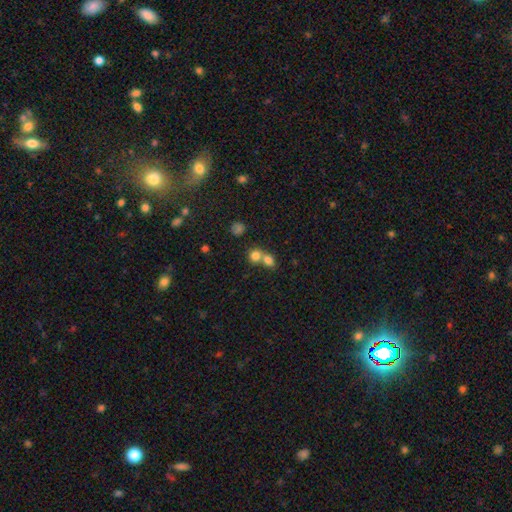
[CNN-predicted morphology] Overall: smooth (79%). How rounded: round (77%). Merging: merger (56%; none 37%).